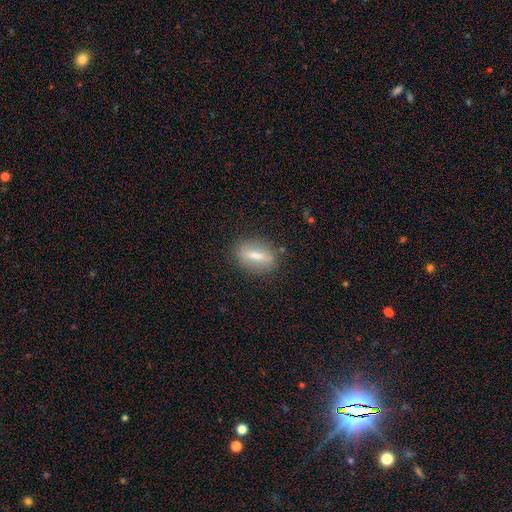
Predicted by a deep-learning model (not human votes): Q: Smooth or featured?
A: smooth (61%); runner-up: featured or disk (31%)
Q: How rounded?
A: in between (59%); runner-up: cigar-shaped (29%)
Q: Merging?
A: none (84%); runner-up: minor disturbance (11%)